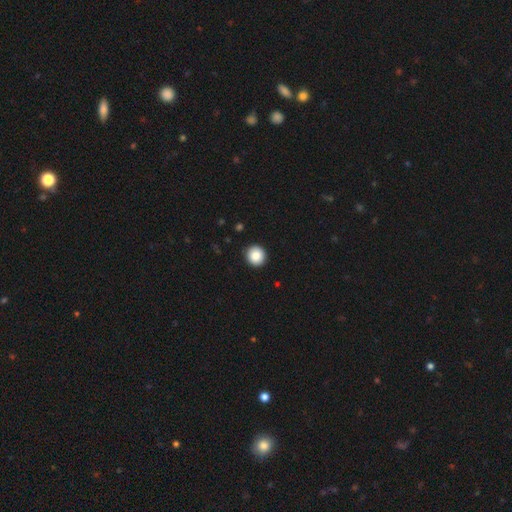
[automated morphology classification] A smooth galaxy with no disk features (87%) that is round (93%). Merging: none (93%).